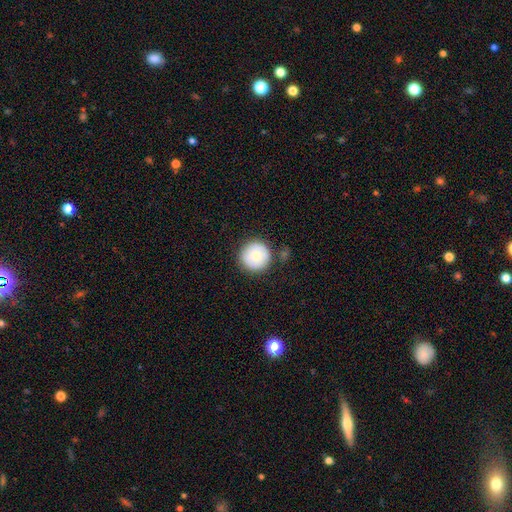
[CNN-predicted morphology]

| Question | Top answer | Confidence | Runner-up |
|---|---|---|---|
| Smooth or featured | smooth | 77% | featured or disk (16%) |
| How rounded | round | 96% | in between (3%) |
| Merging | none | 80% | minor disturbance (12%) |